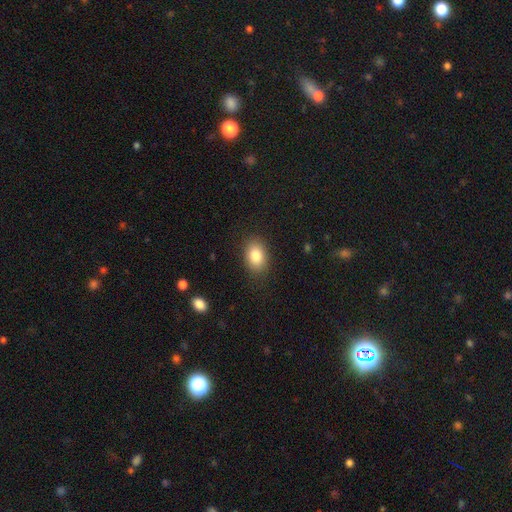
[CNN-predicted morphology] Q: Smooth or featured?
A: smooth (84%); runner-up: star or artifact (8%)
Q: How rounded?
A: in between (80%); runner-up: round (19%)
Q: Merging?
A: none (86%); runner-up: minor disturbance (10%)